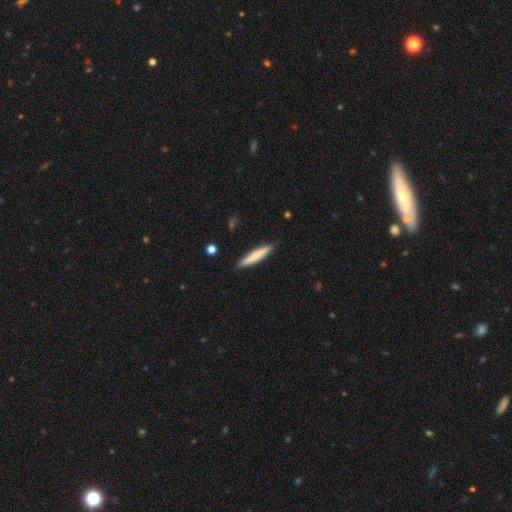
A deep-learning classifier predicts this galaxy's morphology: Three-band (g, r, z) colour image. It shows a smooth galaxy with no disk features (75%) that is cigar-shaped (92%). Merging: none (88%).